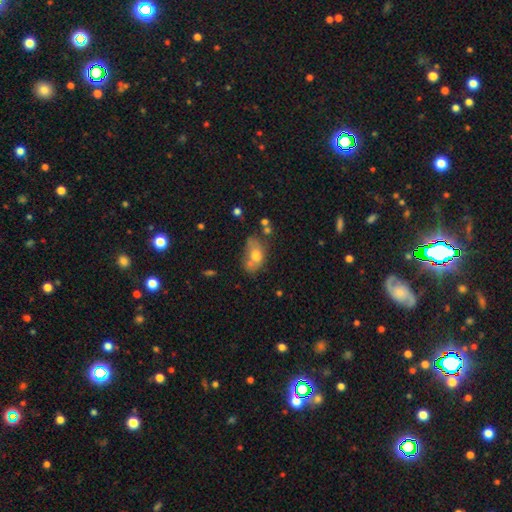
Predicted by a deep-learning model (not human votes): The model was most divided on "merging": none: 34%, merger: 28%, minor disturbance: 24%, major disturbance: 15%. More confident: how rounded — in between (83%); smooth or featured — smooth (64%).